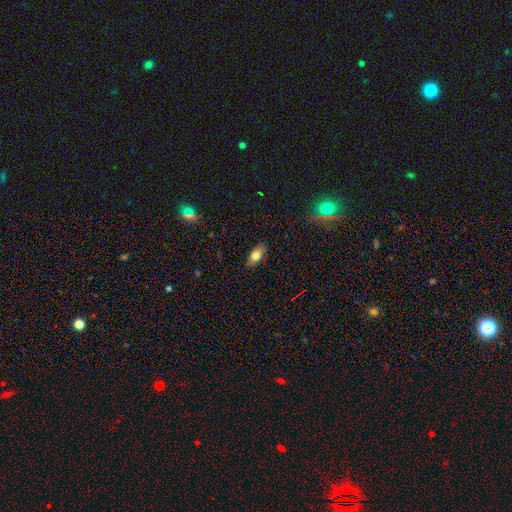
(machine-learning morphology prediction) Smooth or featured: smooth — 77% (featured or disk — 15%)
How rounded: in between — 86% (cigar-shaped — 8%)
Merging: none — 85% (minor disturbance — 12%)